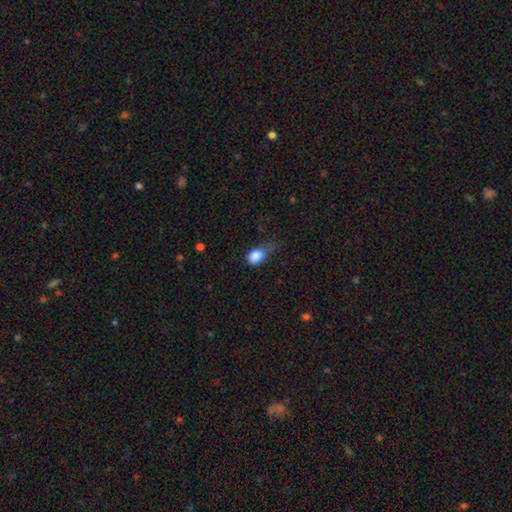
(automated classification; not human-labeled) smooth-or-featured: smooth: 85% | star or artifact: 9% | featured or disk: 6%
  how-rounded: in between: 74% | round: 24% | cigar-shaped: 2%
  merging: minor disturbance: 40% | none: 30% | major disturbance: 26% | merger: 3%